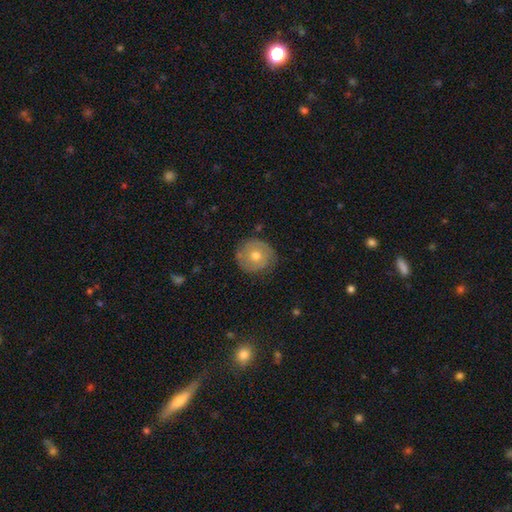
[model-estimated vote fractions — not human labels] Smooth or featured? smooth (48%)
Merging? none (81%)